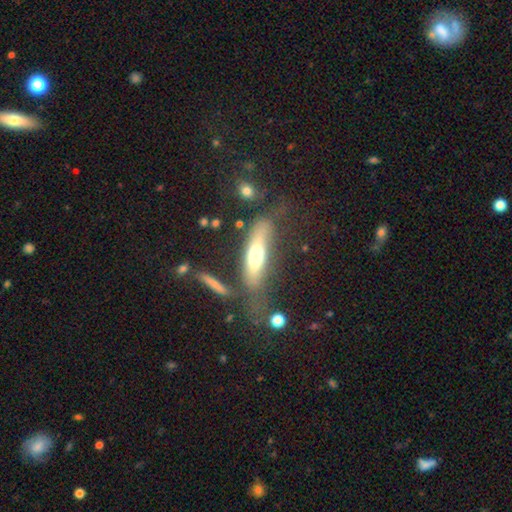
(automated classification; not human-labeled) This appears to be a smooth galaxy with no disk features (51%) that is cigar-shaped (58%). Merging: none (52%).